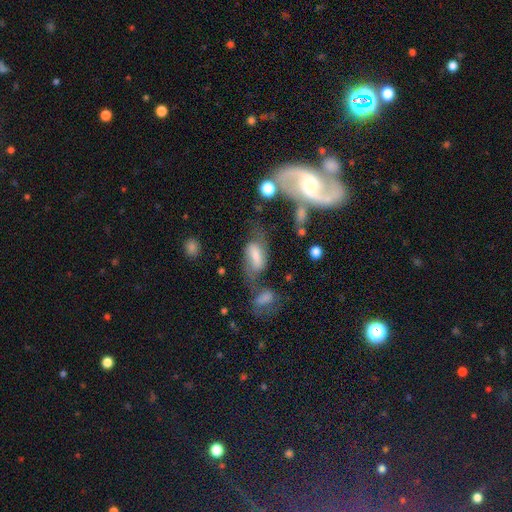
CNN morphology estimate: This is possibly a smooth galaxy (47%). Merging: marginally none (38%).